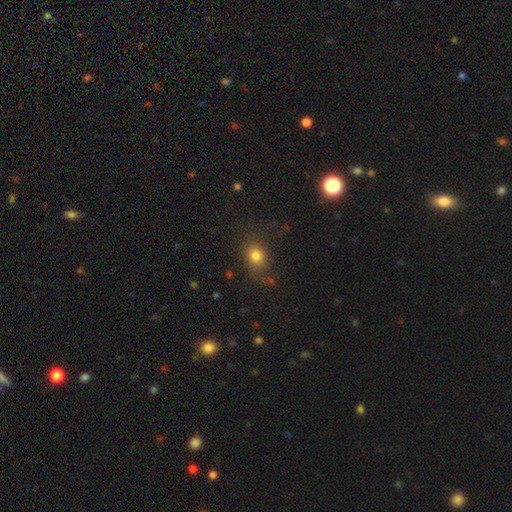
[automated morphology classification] Smooth or featured?
  - smooth: 78% *
  - star or artifact: 13%
  - featured or disk: 9%
How rounded?
  - round: 57% *
  - in between: 42%
  - cigar-shaped: 1%
Merging?
  - none: 71% *
  - minor disturbance: 17%
  - major disturbance: 9%
  - merger: 3%